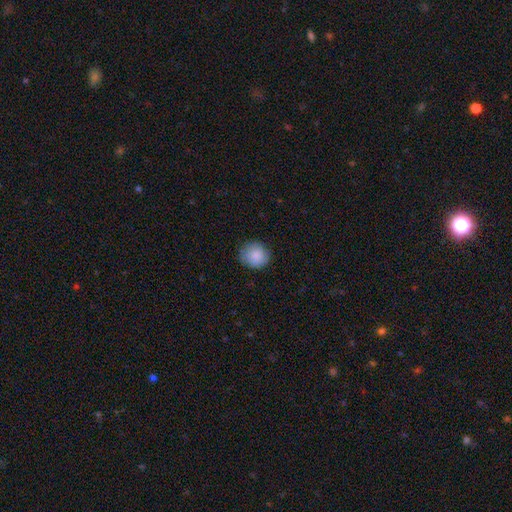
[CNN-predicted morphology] type=smooth (87%); roundness=round (84%); merging=none (83%).